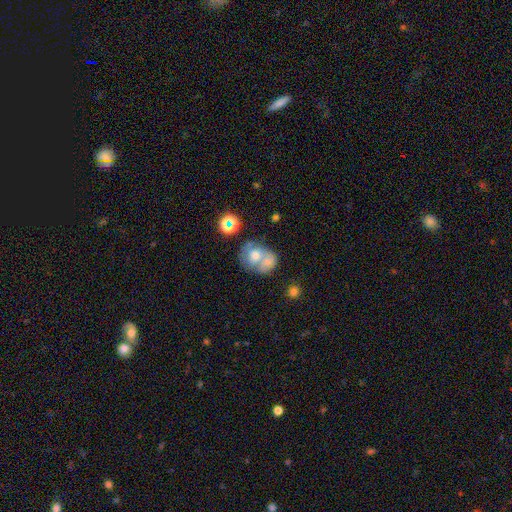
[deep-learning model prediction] A smooth galaxy with no disk features (53%) that is round (62%). Merging: merger (59%).